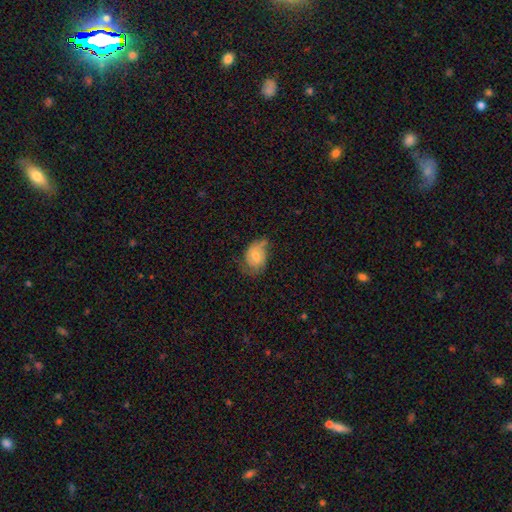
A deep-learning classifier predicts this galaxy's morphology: Overall: featured or disk (47%; smooth 45%). Merging: none (48%; minor disturbance 33%).